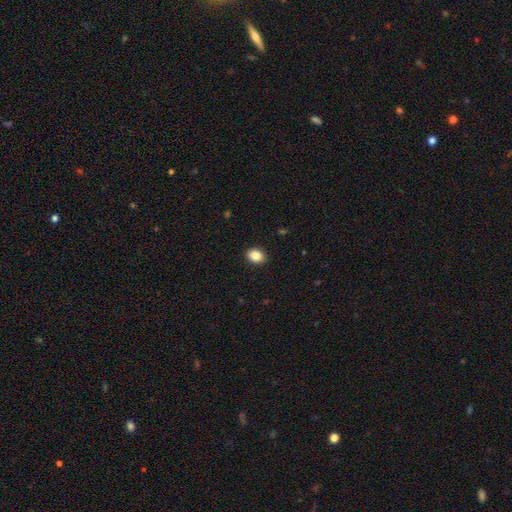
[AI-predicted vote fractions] Morphology: type=smooth (87%); roundness=in between (70%); merging=none (91%).